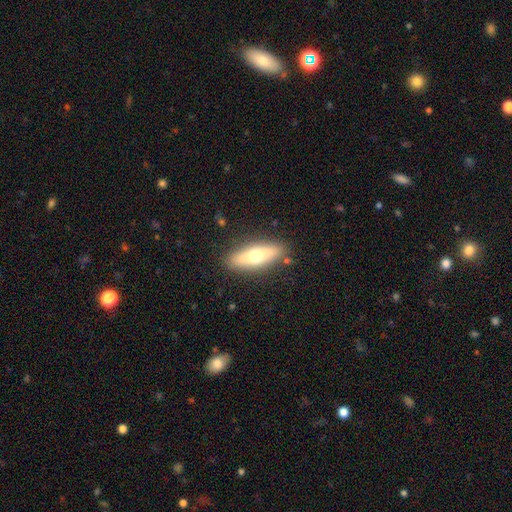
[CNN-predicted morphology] Overall: smooth (57%; featured or disk 36%). How rounded: in between (50%; cigar-shaped 47%). Merging: none (86%).